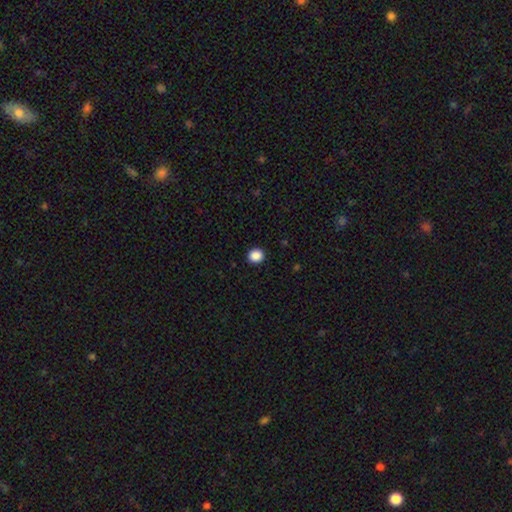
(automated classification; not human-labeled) smooth 88%, star or artifact 9%, featured or disk 2%. Down the decision tree: how rounded — round (83%); merging — none (93%).